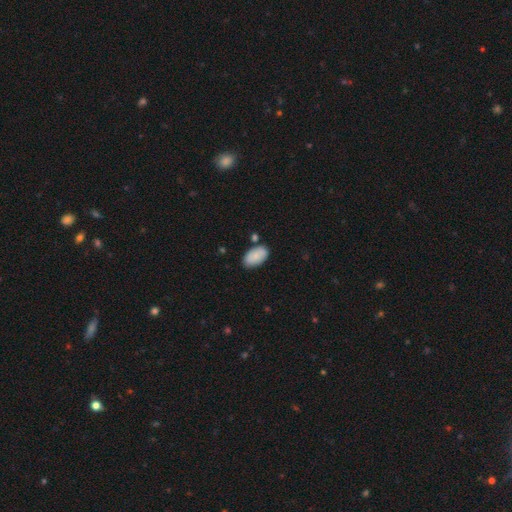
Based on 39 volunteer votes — Smooth or featured?
  - smooth: 90% *
  - featured or disk: 10%
  - star or artifact: 0%
How rounded?
  - in between: 94% *
  - round: 6%
  - cigar-shaped: 0%
Merging?
  - none: 74% *
  - minor disturbance: 18%
  - major disturbance: 5%
  - merger: 3%